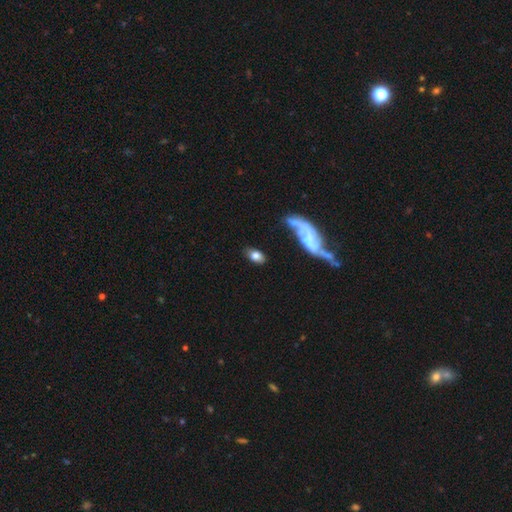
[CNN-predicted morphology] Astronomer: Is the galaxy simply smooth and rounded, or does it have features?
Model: smooth — 73%.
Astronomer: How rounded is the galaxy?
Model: in between — 87%.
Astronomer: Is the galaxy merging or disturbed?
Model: none — 74%.